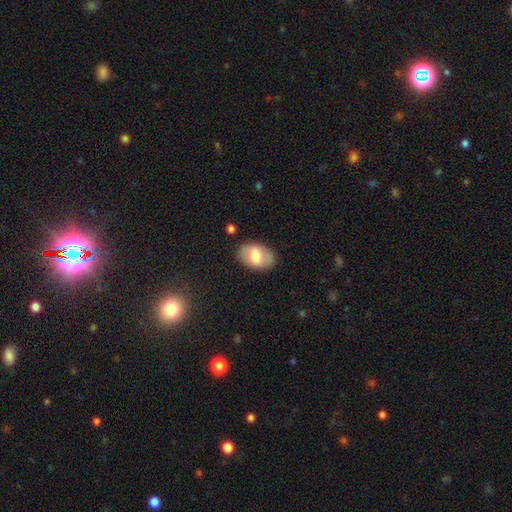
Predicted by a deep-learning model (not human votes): This appears to be a smooth galaxy with no disk features (67%) that is in between round and cigar-shaped (89%). Merging: none (83%).